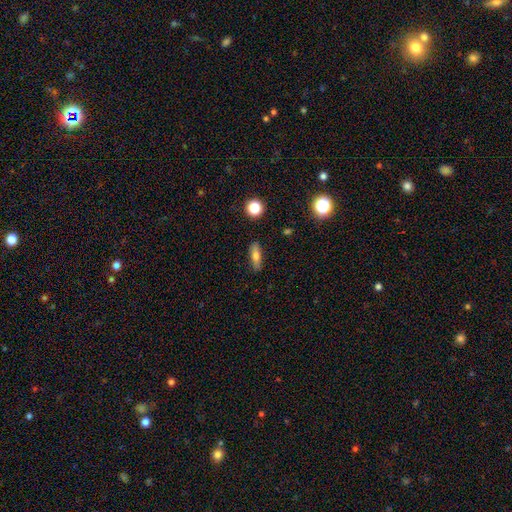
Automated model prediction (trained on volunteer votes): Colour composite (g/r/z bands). It shows a smooth galaxy with no disk features (70%) that is in between round and cigar-shaped (49%). Merging: none (87%).